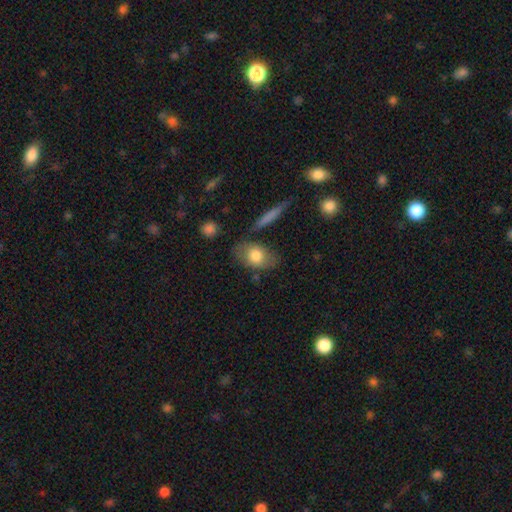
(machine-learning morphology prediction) smooth-or-featured: smooth: 76% | featured or disk: 18% | star or artifact: 6%
  how-rounded: in between: 81% | round: 15% | cigar-shaped: 4%
  merging: none: 67% | minor disturbance: 18% | merger: 8% | major disturbance: 6%